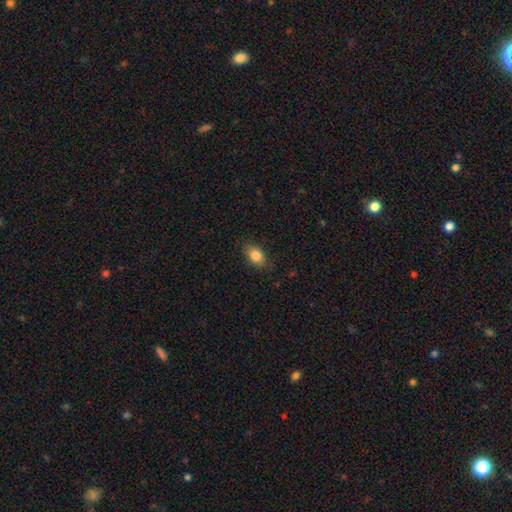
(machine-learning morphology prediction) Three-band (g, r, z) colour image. It shows a smooth galaxy with no disk features (85%) that is in between round and cigar-shaped (82%). Merging: none (83%).